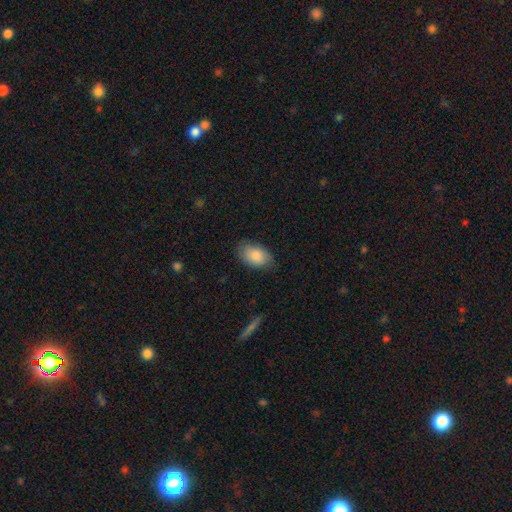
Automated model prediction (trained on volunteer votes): Overall: smooth (85%). How rounded: in between (90%). Merging: none (75%).